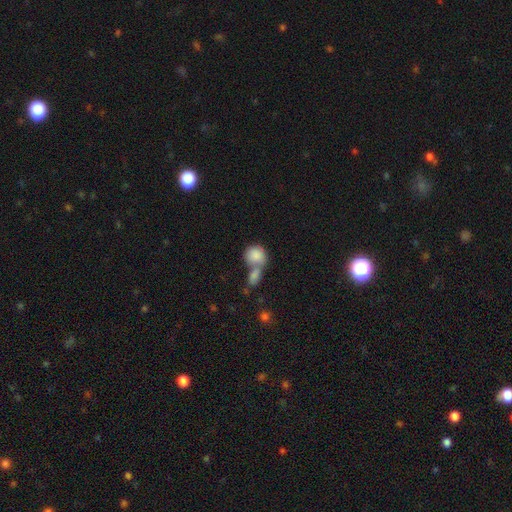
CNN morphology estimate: smooth-or-featured: smooth: 85% | featured or disk: 8% | star or artifact: 7%
  how-rounded: round: 69% | in between: 29% | cigar-shaped: 2%
  merging: merger: 62% | none: 26% | minor disturbance: 8% | major disturbance: 4%